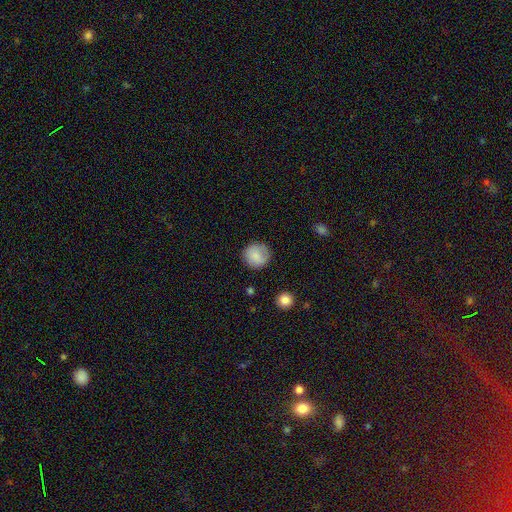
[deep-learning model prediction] Smooth or featured? Predicted: smooth (p=0.82). How rounded? Predicted: round (p=0.92). Merging? Predicted: none (p=0.82).